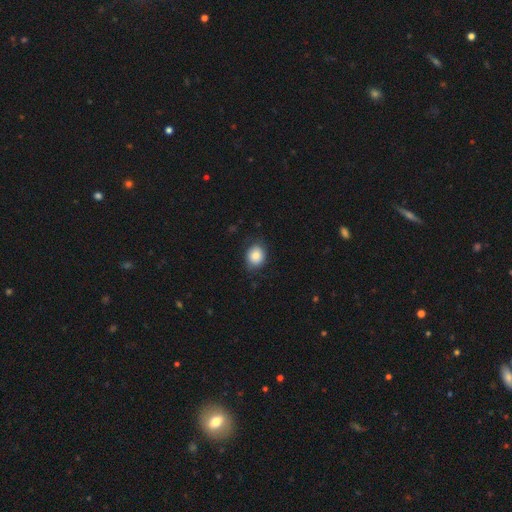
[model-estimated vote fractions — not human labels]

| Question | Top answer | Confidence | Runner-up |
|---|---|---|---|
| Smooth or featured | smooth | 83% | featured or disk (8%) |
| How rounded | round | 61% | in between (38%) |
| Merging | none | 80% | minor disturbance (16%) |